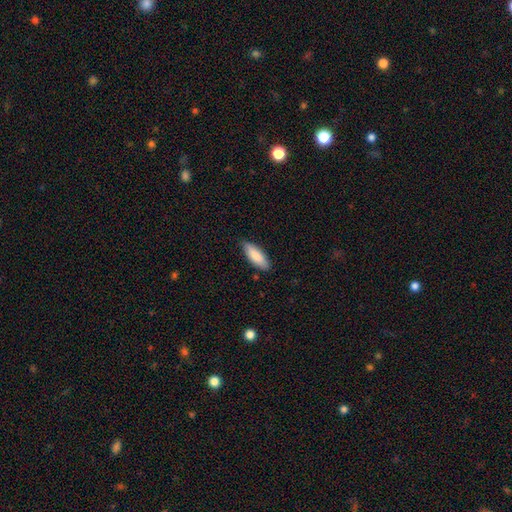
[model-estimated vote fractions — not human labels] A smooth galaxy with no disk features (86%) that is in between round and cigar-shaped (68%). Merging: none (84%).